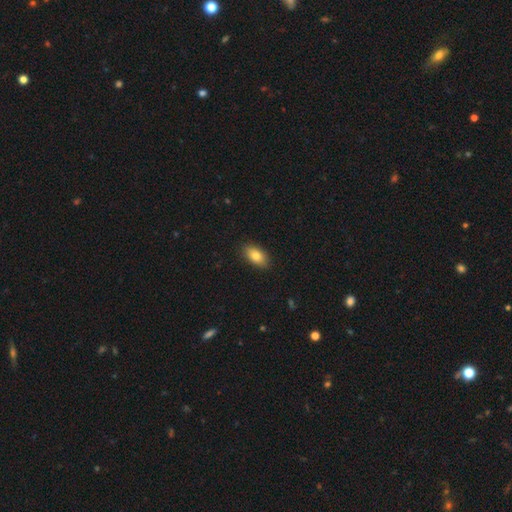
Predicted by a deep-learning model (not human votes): A smooth galaxy with no disk features (82%) that is in between round and cigar-shaped (91%). Merging: none (88%).